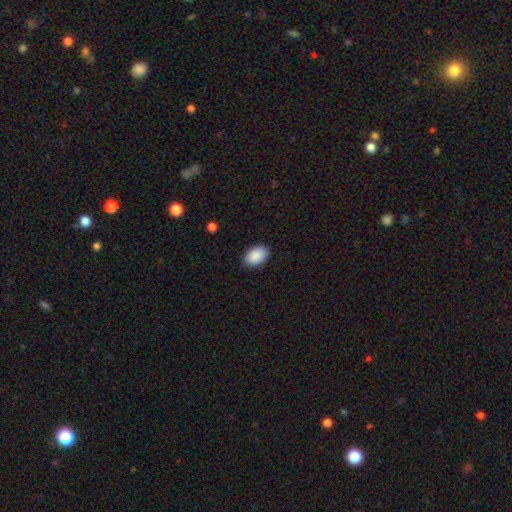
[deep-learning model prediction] The model was most divided on "merging": none: 88%, minor disturbance: 9%, major disturbance: 2%, merger: 1%. More confident: how rounded — in between (91%); smooth or featured — smooth (90%).